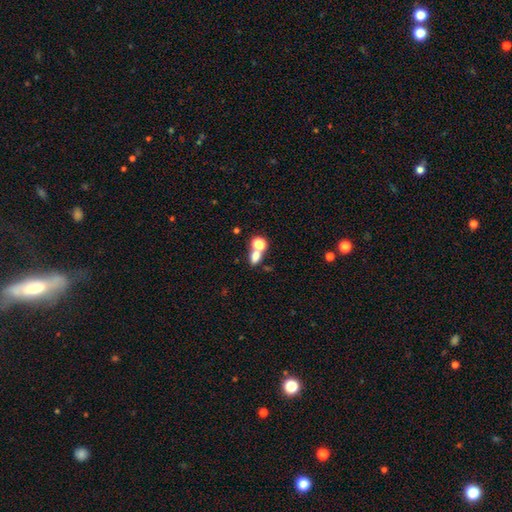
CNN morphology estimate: This is likely a smooth galaxy (73%). How rounded: likely in between (65%). Merging: possibly merger (50%).